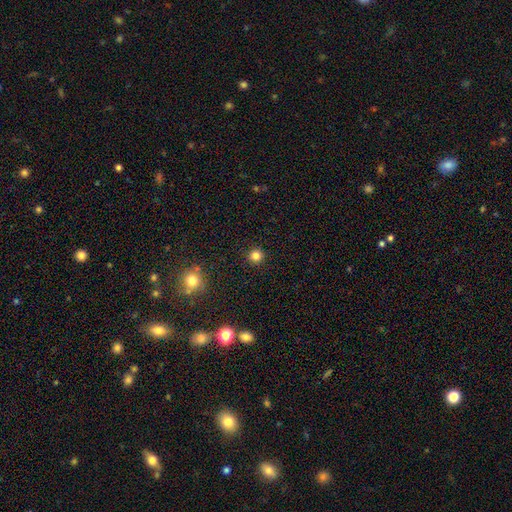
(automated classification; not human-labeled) Q: Smooth or featured?
A: smooth (82%); runner-up: star or artifact (14%)
Q: How rounded?
A: round (95%); runner-up: in between (4%)
Q: Merging?
A: none (92%); runner-up: minor disturbance (5%)